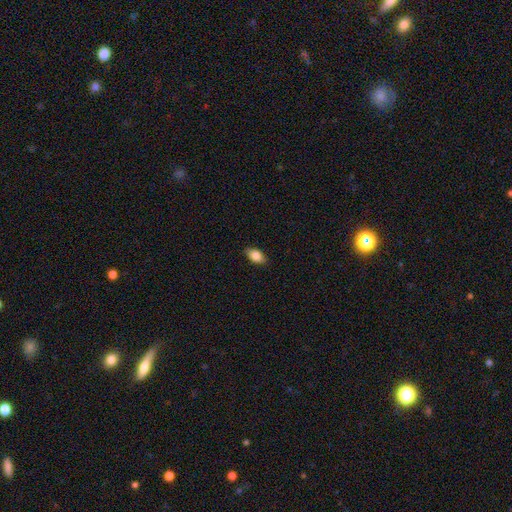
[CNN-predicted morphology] Smooth or featured? Predicted: smooth (p=0.84). How rounded? Predicted: in between (p=0.90). Merging? Predicted: none (p=0.87).